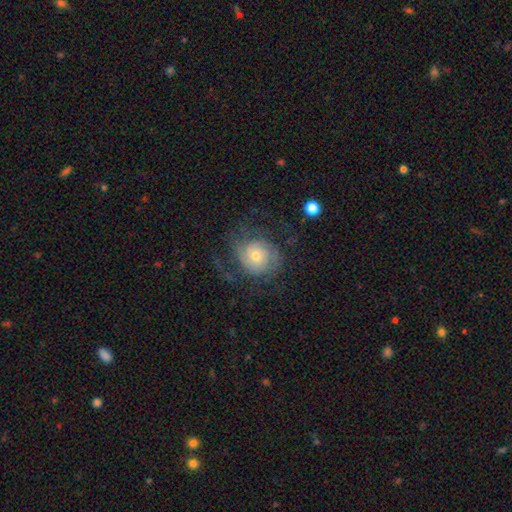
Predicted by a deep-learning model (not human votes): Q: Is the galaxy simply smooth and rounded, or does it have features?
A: featured or disk — 74%.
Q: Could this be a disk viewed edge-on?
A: no — 98%.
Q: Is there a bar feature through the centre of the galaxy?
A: no — 75%.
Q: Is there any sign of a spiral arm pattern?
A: yes — 91%.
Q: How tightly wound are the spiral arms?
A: tight — 44%.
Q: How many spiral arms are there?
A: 2 — 37%.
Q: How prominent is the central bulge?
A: small — 53%.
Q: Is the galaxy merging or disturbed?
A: none — 61%.